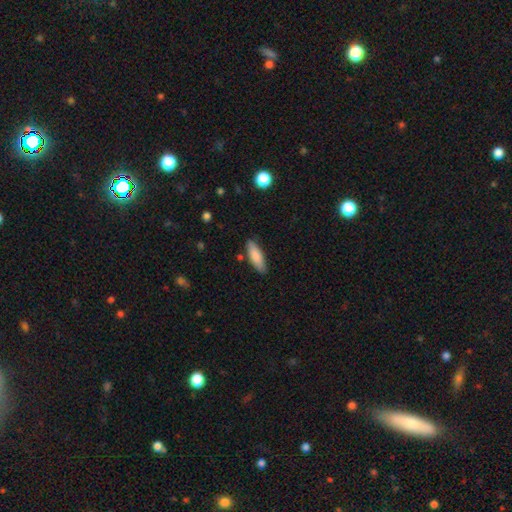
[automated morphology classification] The model was most divided on "how rounded": in between: 55%, cigar-shaped: 43%, round: 2%. More confident: smooth or featured — smooth (84%); merging — none (82%).